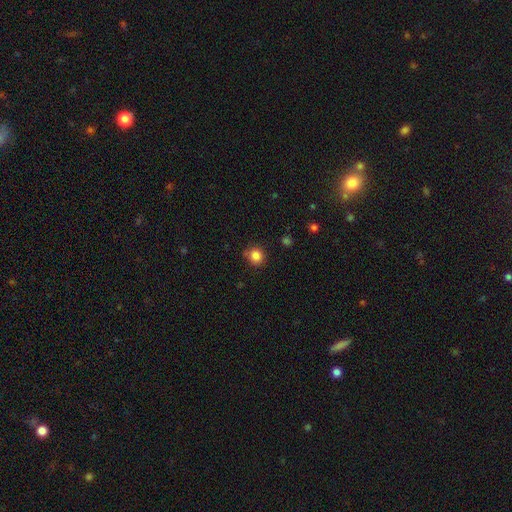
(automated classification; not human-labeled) A smooth galaxy with no disk features (84%) that is round (89%). Merging: none (81%).